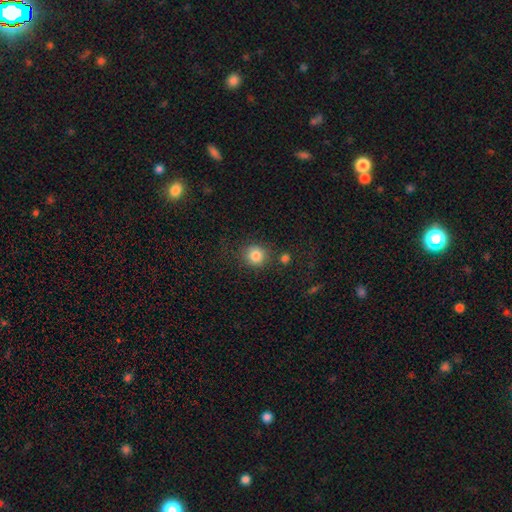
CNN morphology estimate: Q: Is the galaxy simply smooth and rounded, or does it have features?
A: smooth — 84%.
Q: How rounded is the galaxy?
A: round — 90%.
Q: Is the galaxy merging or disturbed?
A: none — 81%.